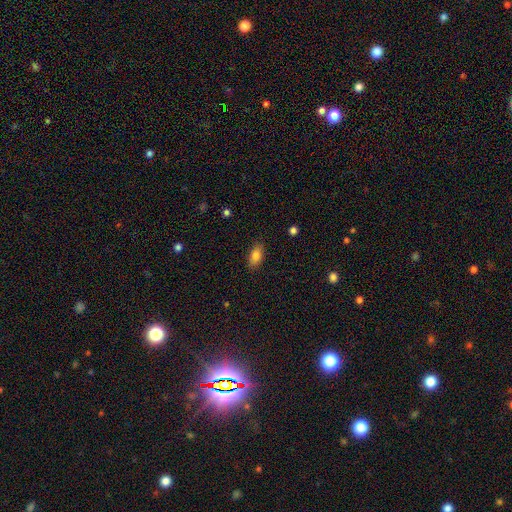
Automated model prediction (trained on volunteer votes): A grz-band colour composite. It shows a smooth galaxy with no disk features (82%) that is in between round and cigar-shaped (88%). Merging: none (87%).